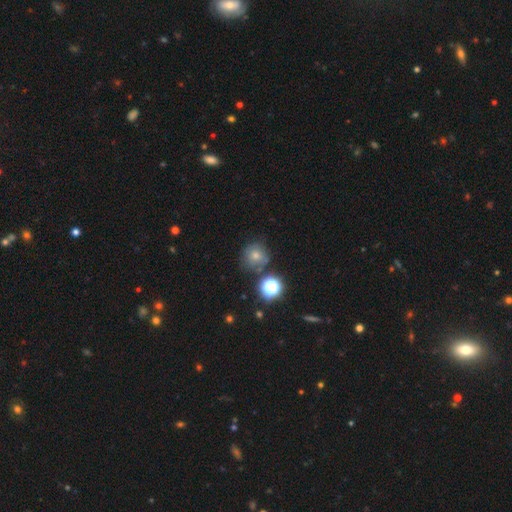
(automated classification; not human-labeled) The model was most divided on "smooth or featured": smooth: 48%, star or artifact: 35%, featured or disk: 18%. More confident: merging — none (79%).